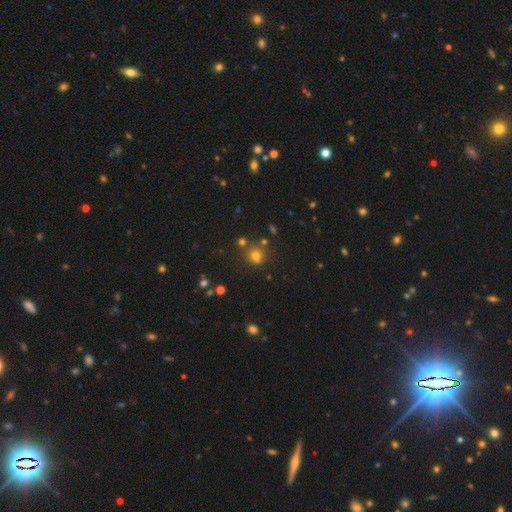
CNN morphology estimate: Smooth or featured: smooth — 68% (star or artifact — 23%)
How rounded: round — 86% (in between — 13%)
Merging: none — 71% (merger — 13%)